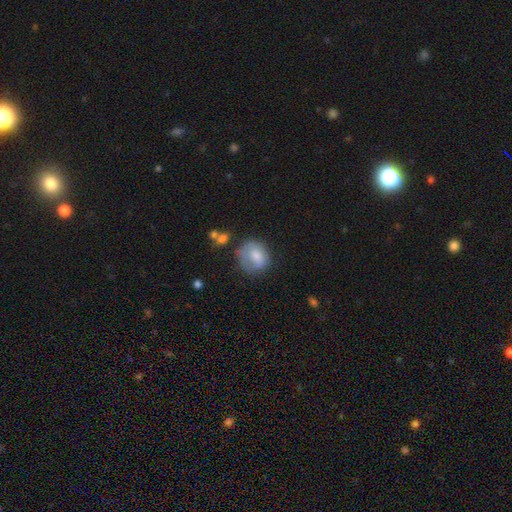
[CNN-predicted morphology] This is likely a smooth galaxy (72%). How rounded: likely round (75%). Merging: possibly none (52%).